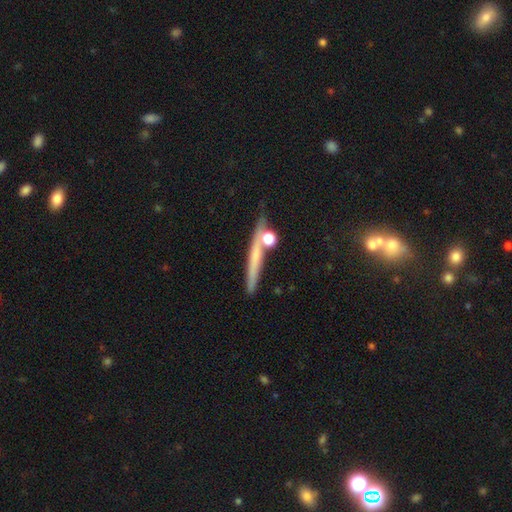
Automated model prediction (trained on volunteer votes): Smooth or featured? Predicted: smooth (p=0.48). Merging? Predicted: none (p=0.75).